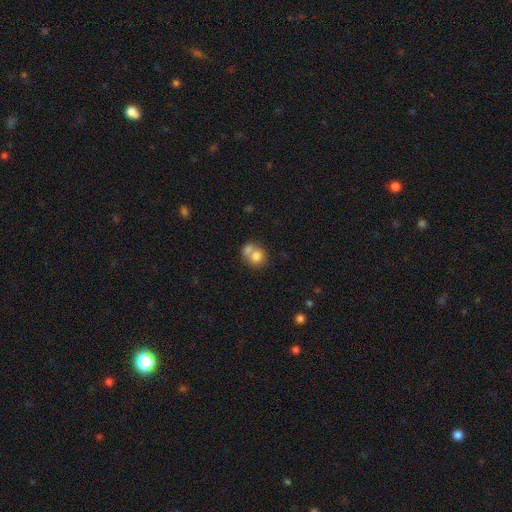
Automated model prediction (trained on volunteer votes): This is likely a smooth galaxy (74%). How rounded: likely round (71%). Merging: possibly merger (57%).